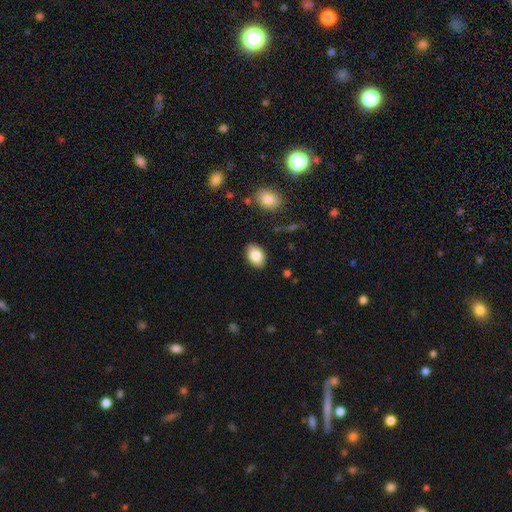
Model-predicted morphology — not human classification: This is clearly a smooth galaxy (83%). How rounded: clearly in between (83%). Merging: clearly none (87%).